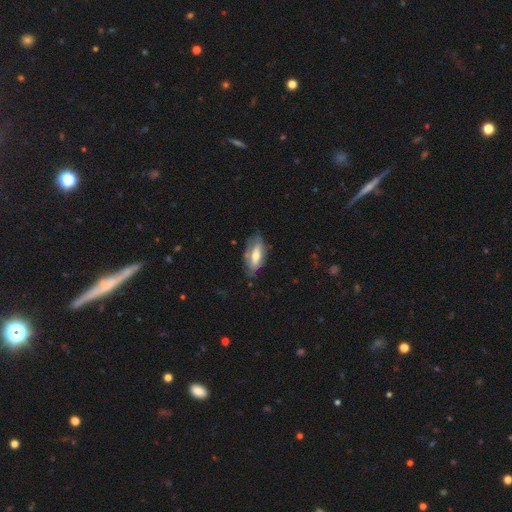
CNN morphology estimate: This appears to be a smooth galaxy with no disk features (47%). Merging: none (60%).